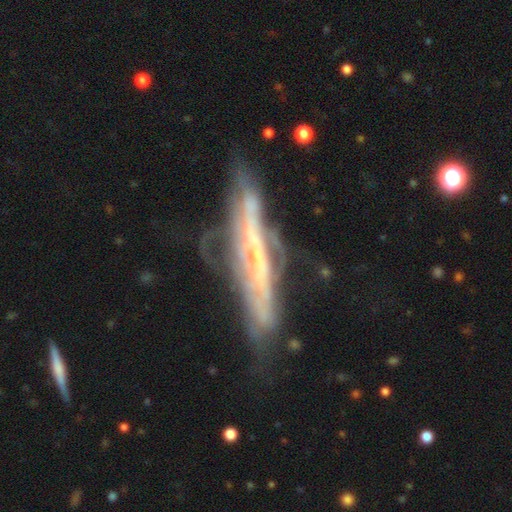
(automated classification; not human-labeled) Q: Smooth or featured?
A: featured or disk (73%); runner-up: smooth (18%)
Q: Edge-on disk?
A: yes (77%); runner-up: no (23%)
Q: Edge-on bulge?
A: none (76%); runner-up: rounded (13%)
Q: Merging?
A: none (57%); runner-up: minor disturbance (25%)